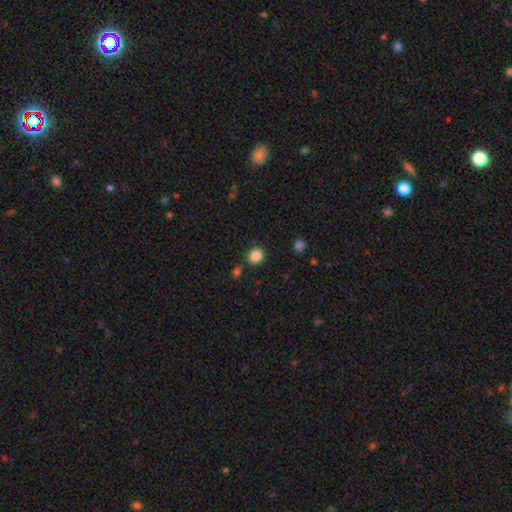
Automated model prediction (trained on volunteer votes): Overall: smooth (86%). How rounded: round (84%). Merging: none (83%).